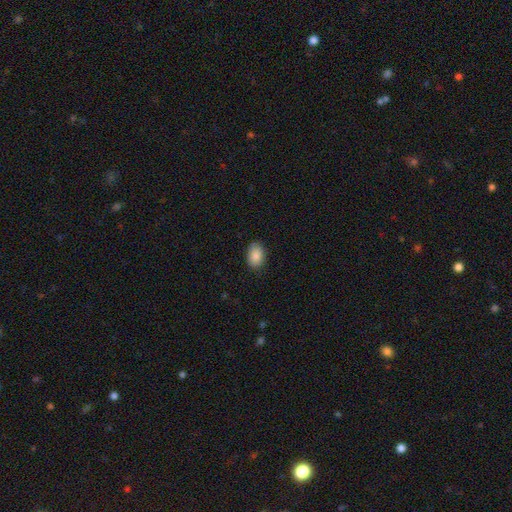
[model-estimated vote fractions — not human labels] This is clearly a smooth galaxy (89%). How rounded: clearly in between (88%). Merging: clearly none (86%).